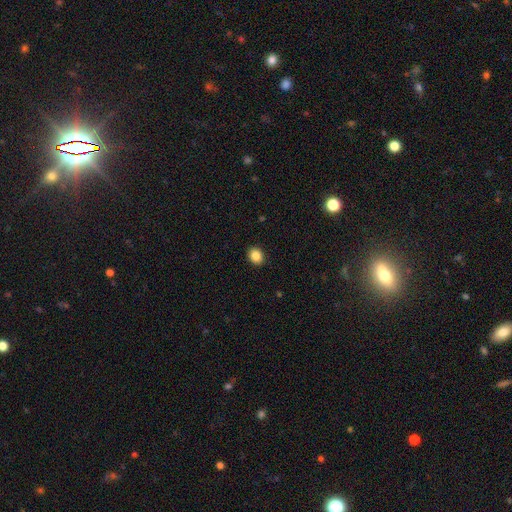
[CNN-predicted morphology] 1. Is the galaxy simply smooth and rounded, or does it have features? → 87% smooth, 9% star or artifact, 4% featured or disk.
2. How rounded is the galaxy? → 62% round, 37% in between, 1% cigar-shaped.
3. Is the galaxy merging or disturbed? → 91% none, 6% minor disturbance, 2% major disturbance, 1% merger.